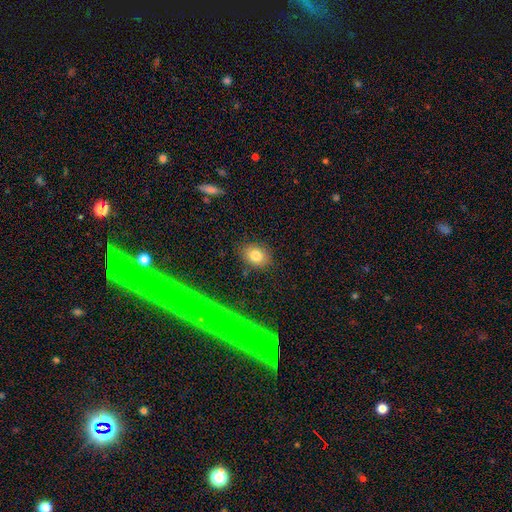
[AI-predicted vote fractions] Overall: smooth (79%). How rounded: in between (59%; round 40%). Merging: none (85%).